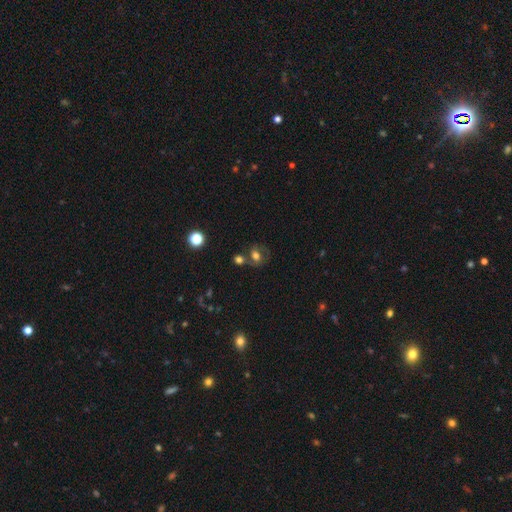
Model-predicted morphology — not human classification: Smooth or featured?
  - smooth: 53% *
  - featured or disk: 33%
  - star or artifact: 14%
How rounded?
  - round: 51% *
  - in between: 48%
  - cigar-shaped: 2%
Merging?
  - none: 50% *
  - merger: 25%
  - minor disturbance: 15%
  - major disturbance: 9%